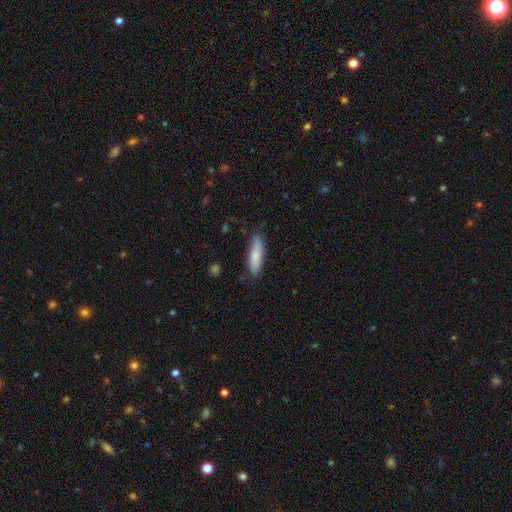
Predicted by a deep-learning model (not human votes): Overall: smooth (74%). How rounded: cigar-shaped (59%; in between 39%). Merging: none (72%).